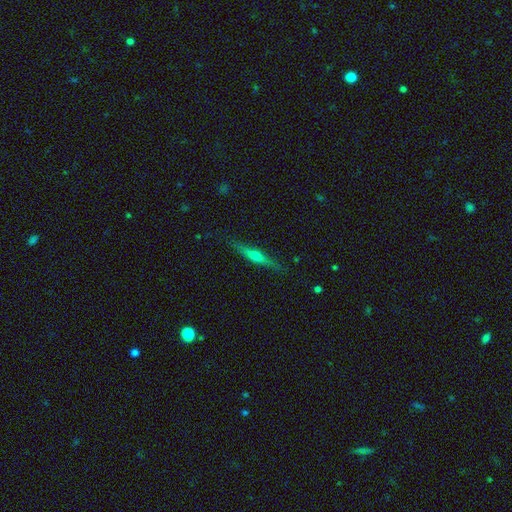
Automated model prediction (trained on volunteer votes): Morphology: type=featured or disk (63%); edge-on=yes (97%); edge-on bulge=rounded (87%); merging=none (87%).